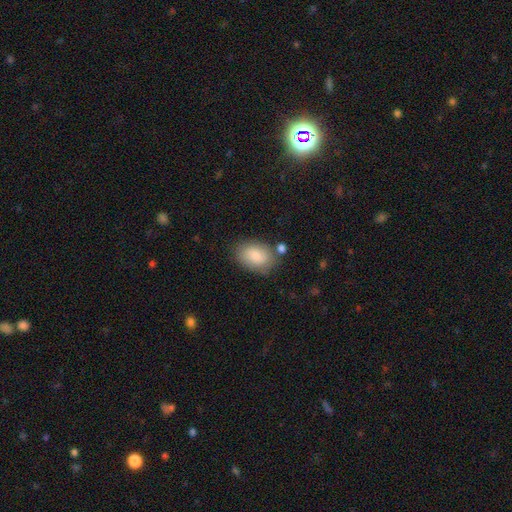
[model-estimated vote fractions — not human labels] smooth 82%, featured or disk 11%, star or artifact 7%. Down the decision tree: how rounded — in between (81%); merging — none (72%).